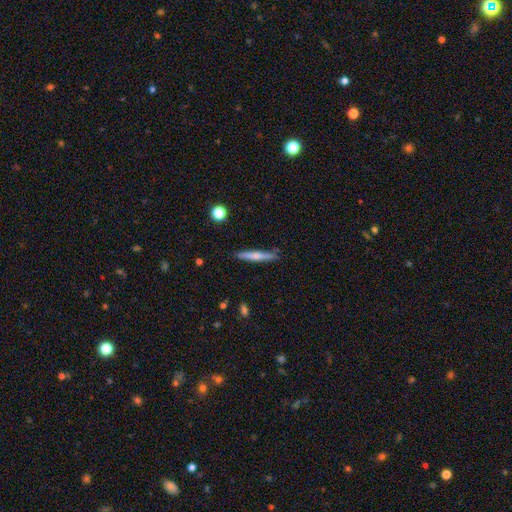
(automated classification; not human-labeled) Morphology: type=smooth (54%); roundness=cigar-shaped (93%); merging=none (86%).